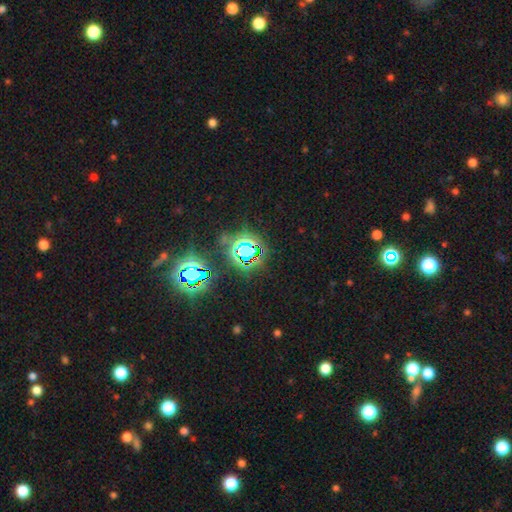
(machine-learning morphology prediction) Smooth or featured?
  - star or artifact: 79% *
  - smooth: 13%
  - featured or disk: 8%